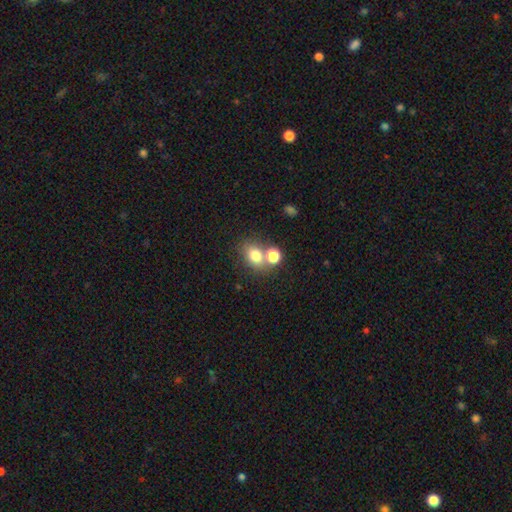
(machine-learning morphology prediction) smooth 76%, star or artifact 14%, featured or disk 10%. Down the decision tree: how rounded — in between (52%); merging — none (55%).